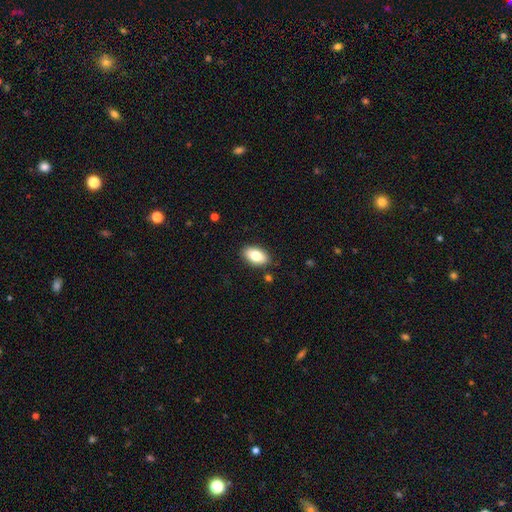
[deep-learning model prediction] A smooth galaxy with no disk features (81%) that is in between round and cigar-shaped (93%).

Vote fractions:
- Smooth or featured? smooth: 81% / featured or disk: 12% / star or artifact: 7%
- How rounded? in between: 93% / round: 5% / cigar-shaped: 3%
- Merging? none: 88% / minor disturbance: 9% / major disturbance: 2% / merger: 1%